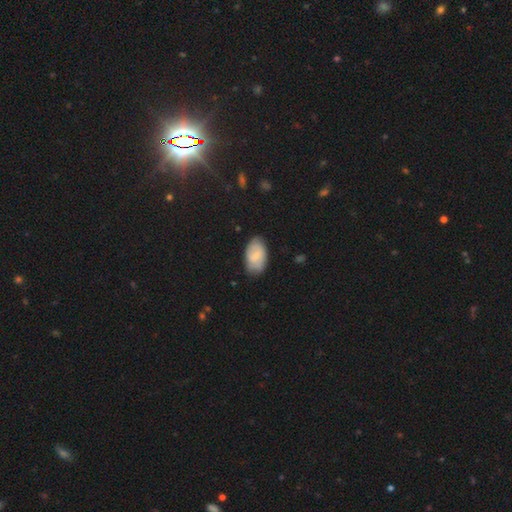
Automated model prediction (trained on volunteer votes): Morphology: type=smooth (64%); roundness=in between (93%); merging=none (74%).